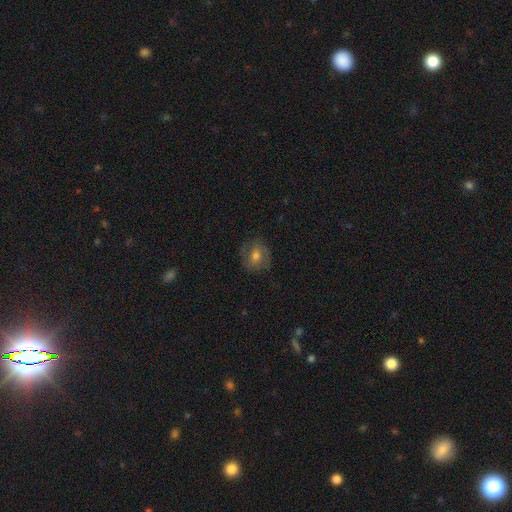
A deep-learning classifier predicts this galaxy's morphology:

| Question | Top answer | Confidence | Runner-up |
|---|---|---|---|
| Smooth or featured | smooth | 54% | featured or disk (38%) |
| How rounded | round | 65% | in between (33%) |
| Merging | none | 77% | minor disturbance (16%) |